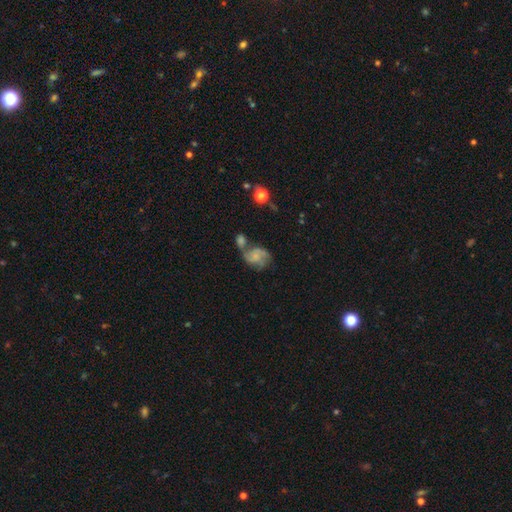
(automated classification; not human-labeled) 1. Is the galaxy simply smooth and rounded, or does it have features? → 68% featured or disk, 24% smooth, 8% star or artifact.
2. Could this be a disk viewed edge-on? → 98% no, 2% yes.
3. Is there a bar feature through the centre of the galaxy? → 69% no, 27% weak, 4% strong.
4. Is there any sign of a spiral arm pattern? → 90% yes, 10% no.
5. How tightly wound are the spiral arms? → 48% medium, 29% loose, 23% tight.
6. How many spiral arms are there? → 66% 2, 13% 3, 12% can't tell, 4% 1, 3% 4, 2% more than 4.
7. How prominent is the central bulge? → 57% small, 21% moderate, 19% none, 2% large, 1% dominant.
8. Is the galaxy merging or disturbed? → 42% merger, 30% none, 16% minor disturbance, 12% major disturbance.